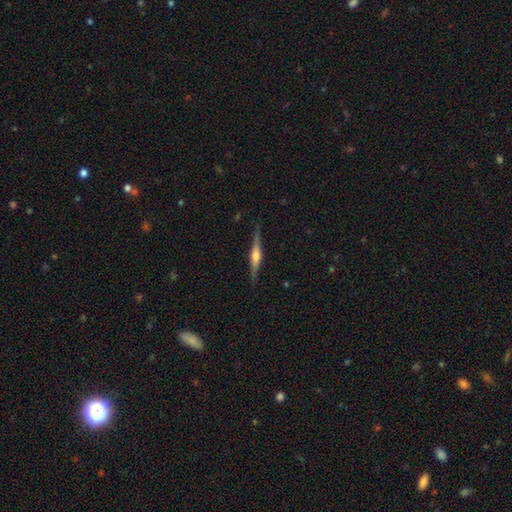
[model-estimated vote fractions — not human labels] Morphology: type=featured or disk (68%); edge-on=yes (97%); edge-on bulge=rounded (83%); merging=none (85%).